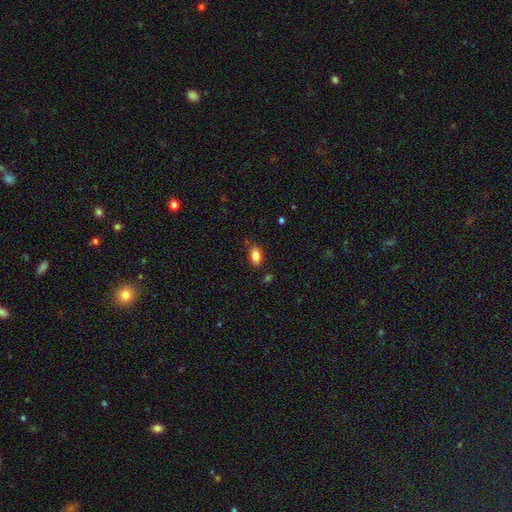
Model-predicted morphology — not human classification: Overall: smooth (85%). How rounded: in between (90%). Merging: none (80%).